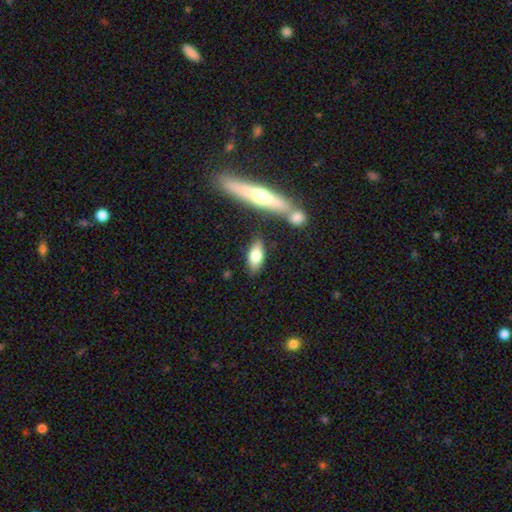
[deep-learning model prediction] Smooth or featured?
  - smooth: 69% *
  - featured or disk: 24%
  - star or artifact: 7%
How rounded?
  - in between: 77% *
  - cigar-shaped: 20%
  - round: 3%
Merging?
  - none: 77% *
  - minor disturbance: 12%
  - merger: 8%
  - major disturbance: 3%